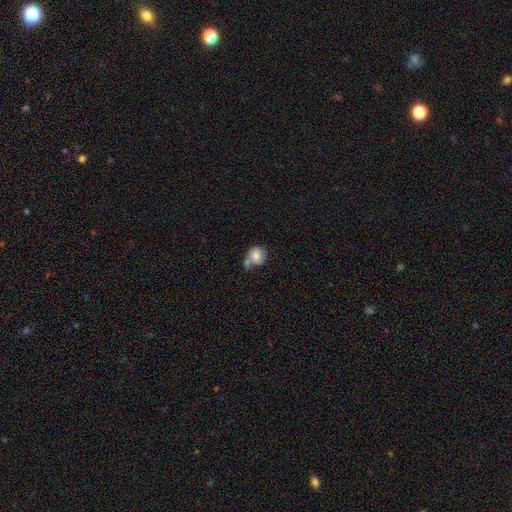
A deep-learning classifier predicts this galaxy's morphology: Smooth or featured: smooth — 69% (featured or disk — 22%)
How rounded: round — 76% (in between — 23%)
Merging: merger — 37% (none — 36%)